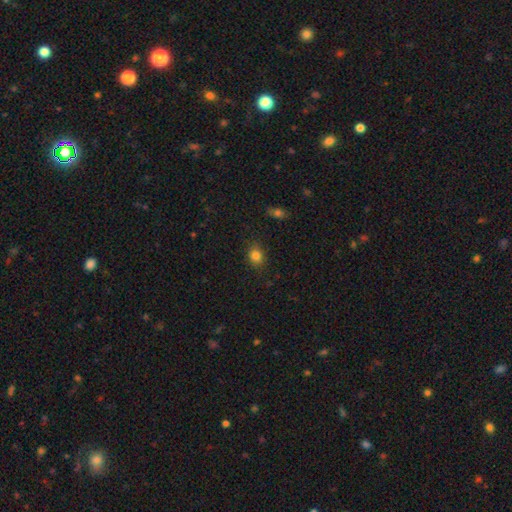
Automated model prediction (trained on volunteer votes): Q: Smooth or featured?
A: smooth (82%); runner-up: star or artifact (12%)
Q: How rounded?
A: round (55%); runner-up: in between (44%)
Q: Merging?
A: none (84%); runner-up: minor disturbance (11%)